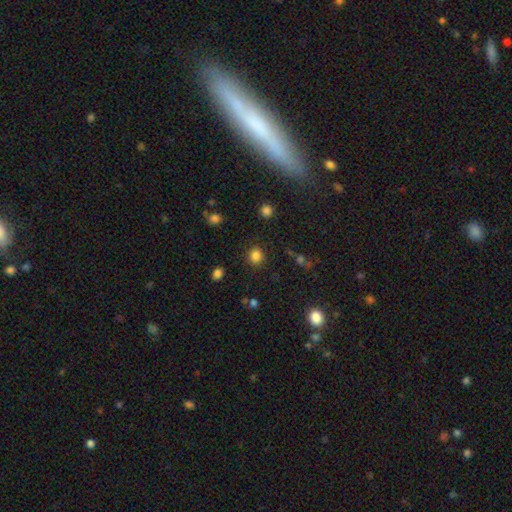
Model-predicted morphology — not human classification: A smooth galaxy with no disk features (83%) that is round (85%).

Vote fractions:
- Smooth or featured? smooth: 83% / star or artifact: 12% / featured or disk: 4%
- How rounded? round: 85% / in between: 14% / cigar-shaped: 1%
- Merging? none: 88% / minor disturbance: 7% / major disturbance: 3% / merger: 2%